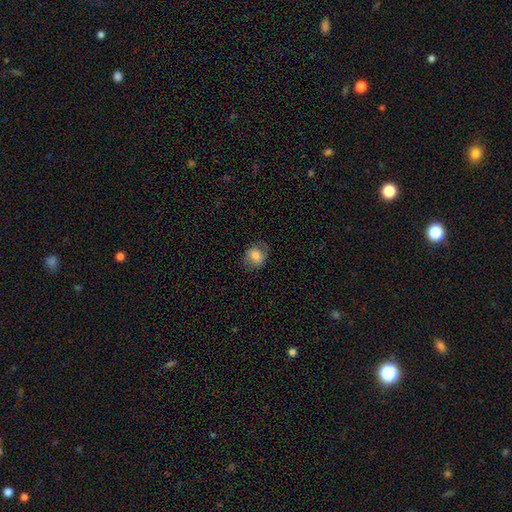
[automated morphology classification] Smooth or featured: smooth — 77% (featured or disk — 13%)
How rounded: round — 69% (in between — 30%)
Merging: none — 78% (minor disturbance — 16%)